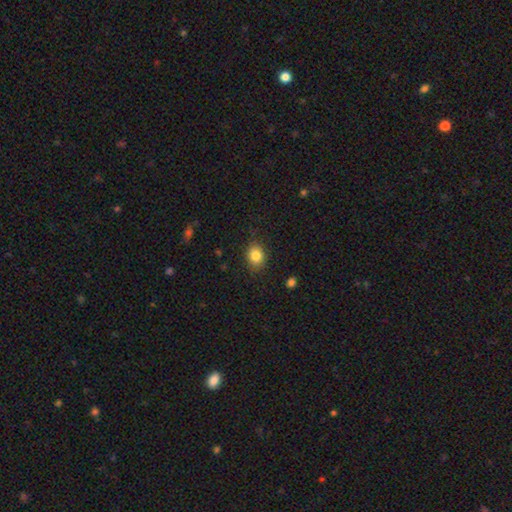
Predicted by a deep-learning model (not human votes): smooth 84%, star or artifact 10%, featured or disk 6%. Down the decision tree: how rounded — round (53%); merging — none (83%).